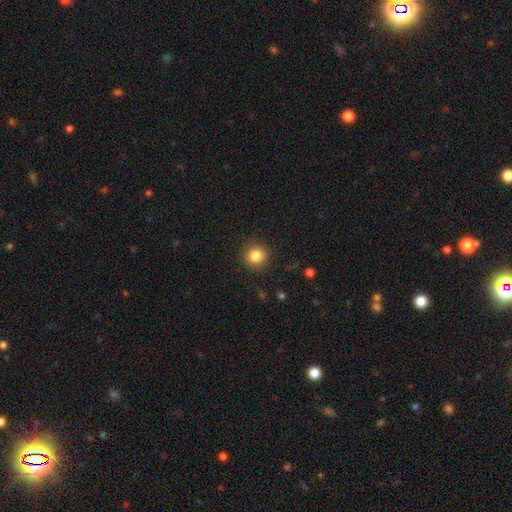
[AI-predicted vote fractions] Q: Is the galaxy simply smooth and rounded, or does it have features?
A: smooth — 84%.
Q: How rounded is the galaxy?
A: round — 87%.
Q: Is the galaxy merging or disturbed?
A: none — 89%.